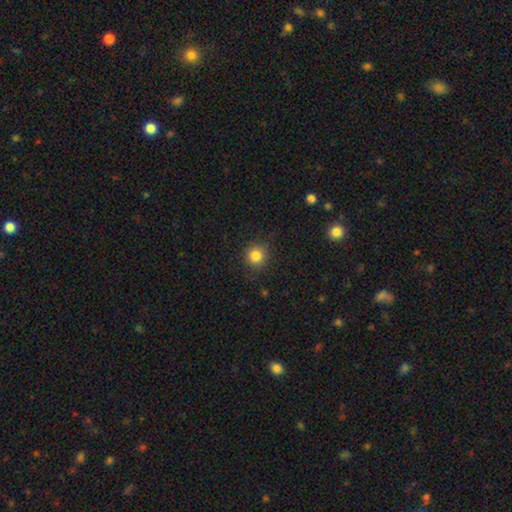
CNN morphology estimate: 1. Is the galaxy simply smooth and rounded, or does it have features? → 84% smooth, 11% star or artifact, 5% featured or disk.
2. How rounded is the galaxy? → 91% round, 8% in between, 1% cigar-shaped.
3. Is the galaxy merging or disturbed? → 86% none, 10% minor disturbance, 3% major disturbance, 1% merger.